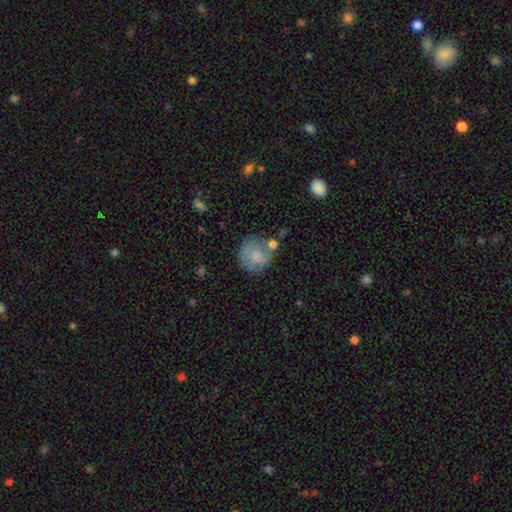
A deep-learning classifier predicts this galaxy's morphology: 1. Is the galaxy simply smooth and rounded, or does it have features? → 67% smooth, 25% featured or disk, 8% star or artifact.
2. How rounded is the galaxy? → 84% round, 15% in between, 1% cigar-shaped.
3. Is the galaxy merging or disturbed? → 46% none, 23% minor disturbance, 18% merger, 13% major disturbance.